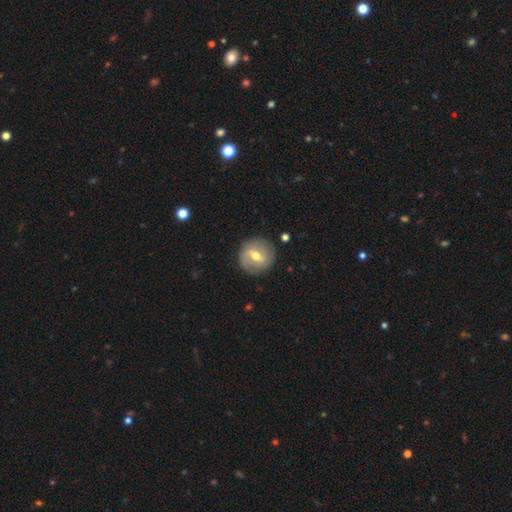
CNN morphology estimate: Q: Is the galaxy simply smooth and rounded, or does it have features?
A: featured or disk — 55%.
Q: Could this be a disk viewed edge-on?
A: no — 94%.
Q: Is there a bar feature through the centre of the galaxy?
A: weak — 52%.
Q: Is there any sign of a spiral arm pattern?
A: yes — 57%.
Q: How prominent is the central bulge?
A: moderate — 72%.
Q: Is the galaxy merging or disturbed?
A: none — 85%.